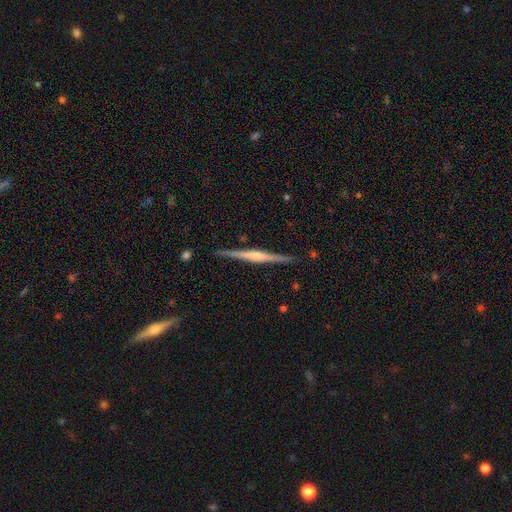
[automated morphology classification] The model was most divided on "edge-on bulge": rounded: 69%, boxy: 17%, none: 13%. More confident: edge-on disk — yes (98%); merging — none (90%); smooth or featured — featured or disk (80%).